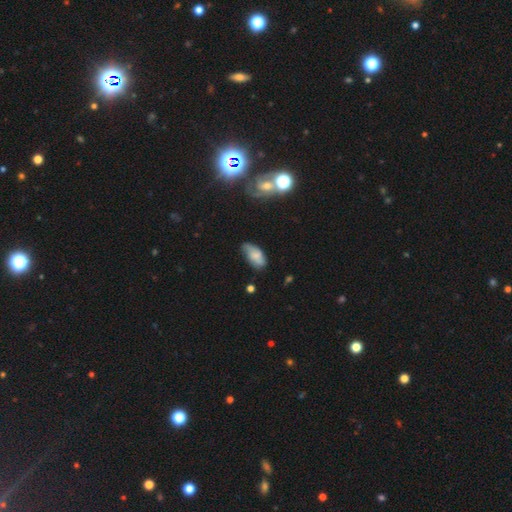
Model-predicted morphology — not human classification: smooth 61%, featured or disk 30%, star or artifact 9%. Down the decision tree: how rounded — in between (92%); merging — none (54%).